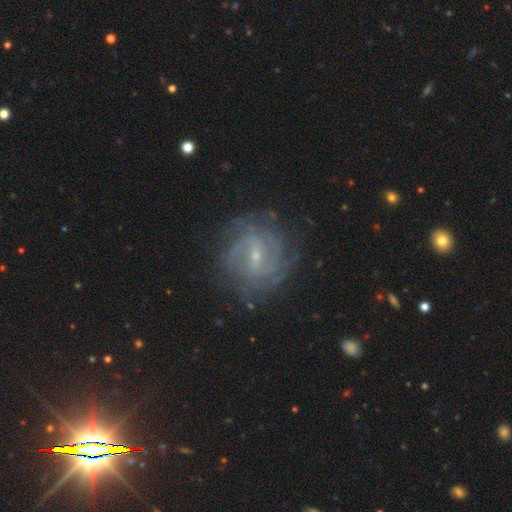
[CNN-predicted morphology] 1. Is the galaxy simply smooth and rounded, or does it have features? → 85% featured or disk, 8% smooth, 7% star or artifact.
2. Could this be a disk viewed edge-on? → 97% no, 3% yes.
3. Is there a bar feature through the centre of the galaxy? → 53% weak, 29% strong, 18% no.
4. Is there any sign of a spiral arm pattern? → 94% yes, 6% no.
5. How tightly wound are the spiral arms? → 55% tight, 35% medium, 10% loose.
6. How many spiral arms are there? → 32% can't tell, 30% 2, 15% 3, 11% 4, 6% more than 4, 6% 1.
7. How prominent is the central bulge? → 79% small, 16% moderate, 3% none, 1% large, 1% dominant.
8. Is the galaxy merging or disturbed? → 78% none, 14% minor disturbance, 7% major disturbance, 1% merger.